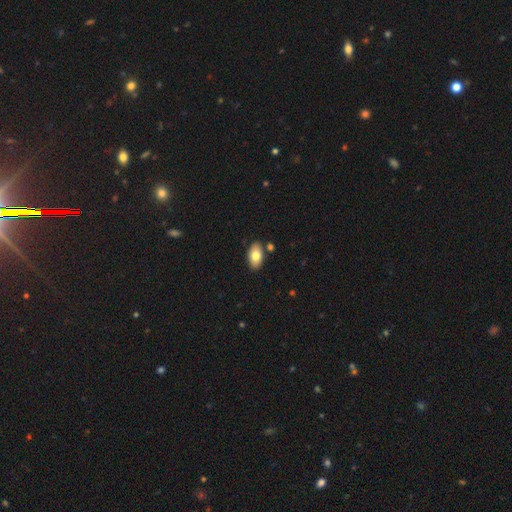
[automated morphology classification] A smooth galaxy with no disk features (79%) that is in between round and cigar-shaped (93%).

Vote fractions:
- Smooth or featured? smooth: 79% / featured or disk: 14% / star or artifact: 7%
- How rounded? in between: 93% / round: 5% / cigar-shaped: 2%
- Merging? none: 84% / minor disturbance: 10% / merger: 5% / major disturbance: 2%